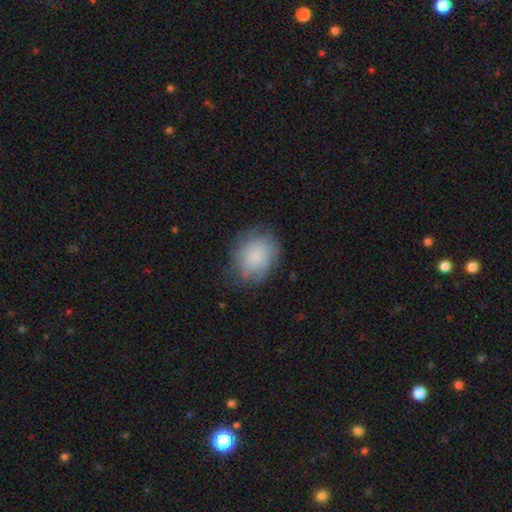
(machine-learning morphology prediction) Smooth or featured? Predicted: smooth (p=0.70). How rounded? Predicted: in between (p=0.51). Merging? Predicted: none (p=0.62).